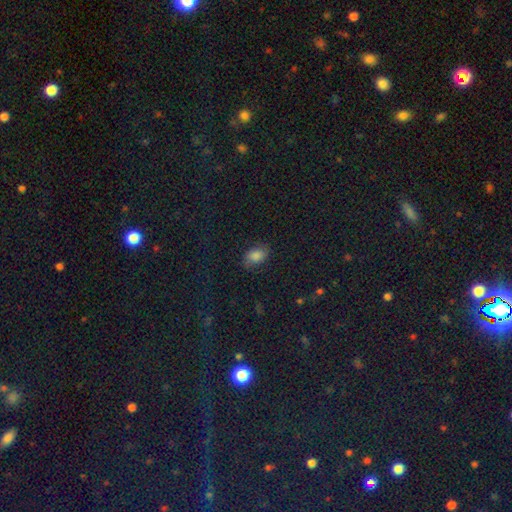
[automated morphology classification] This is likely a smooth galaxy (74%). How rounded: clearly in between (84%). Merging: likely none (78%).